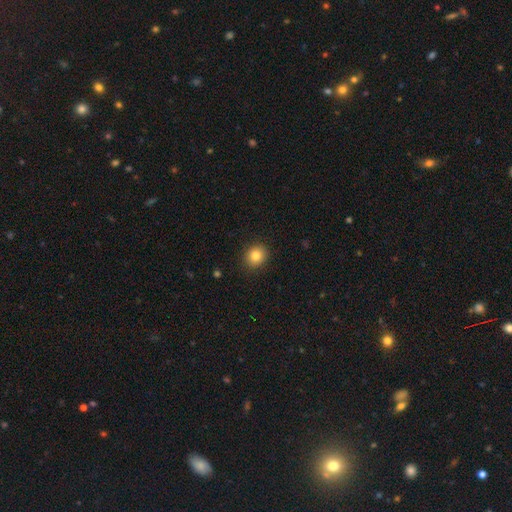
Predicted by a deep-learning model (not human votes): smooth-or-featured: smooth: 82% | star or artifact: 10% | featured or disk: 7%
  how-rounded: round: 80% | in between: 19% | cigar-shaped: 1%
  merging: none: 91% | minor disturbance: 6% | major disturbance: 2% | merger: 1%